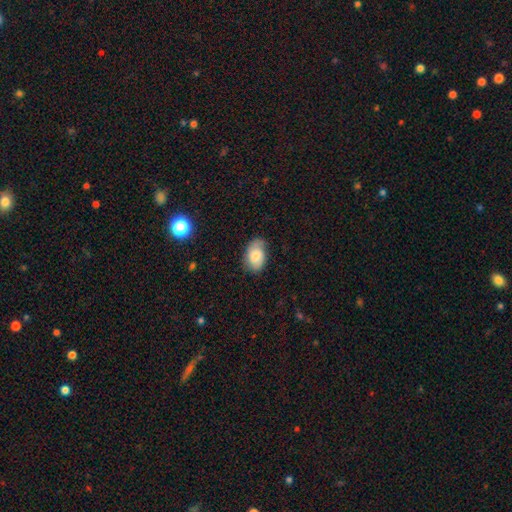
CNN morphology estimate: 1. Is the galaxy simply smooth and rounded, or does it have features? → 64% smooth, 28% featured or disk, 8% star or artifact.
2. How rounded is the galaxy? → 87% in between, 11% round, 1% cigar-shaped.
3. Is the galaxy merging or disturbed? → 67% none, 25% minor disturbance, 7% major disturbance, 1% merger.